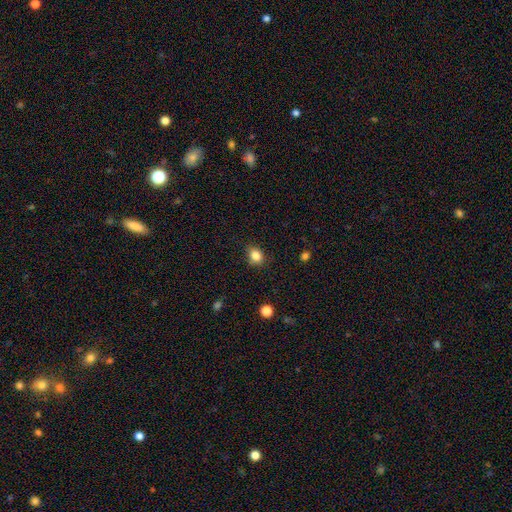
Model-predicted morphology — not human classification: type=smooth (84%); roundness=in between (52%); merging=none (81%).